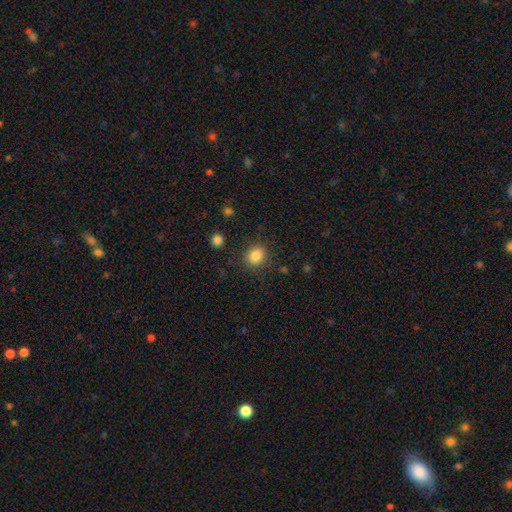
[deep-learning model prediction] Morphology: type=smooth (85%); roundness=round (78%); merging=none (85%).